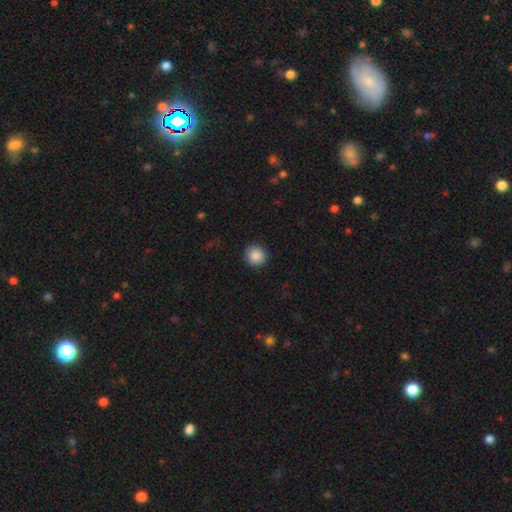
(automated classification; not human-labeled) smooth 88%, star or artifact 9%, featured or disk 4%. Down the decision tree: how rounded — round (93%); merging — none (92%).